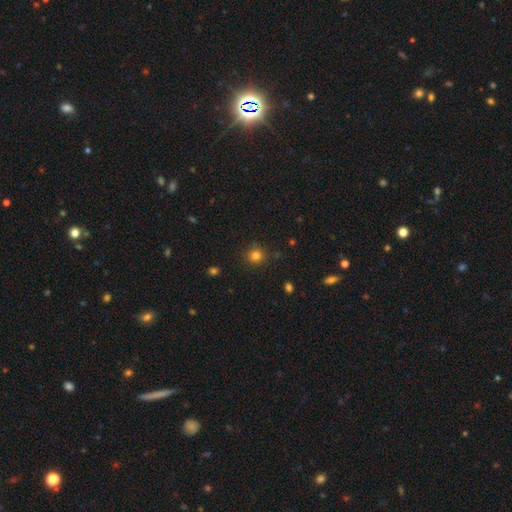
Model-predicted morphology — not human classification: A smooth galaxy with no disk features (80%) that is round (92%).

Vote fractions:
- Smooth or featured? smooth: 80% / star or artifact: 14% / featured or disk: 5%
- How rounded? round: 92% / in between: 8% / cigar-shaped: 1%
- Merging? none: 88% / minor disturbance: 8% / major disturbance: 2% / merger: 2%